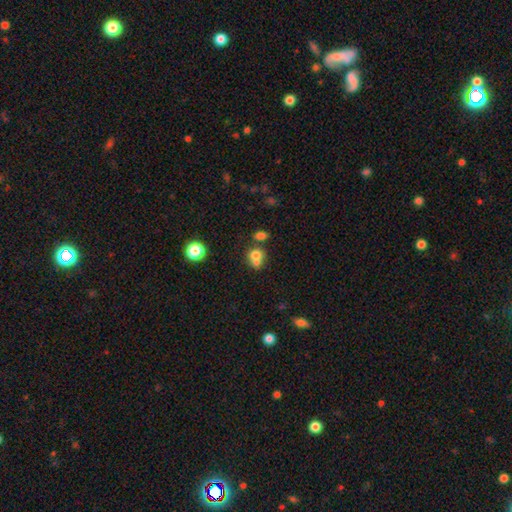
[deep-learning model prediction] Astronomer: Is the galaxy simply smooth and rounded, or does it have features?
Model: smooth — 71%.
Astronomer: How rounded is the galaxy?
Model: round — 69%.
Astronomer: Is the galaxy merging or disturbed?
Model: merger — 56% (runner-up: none, 33%).